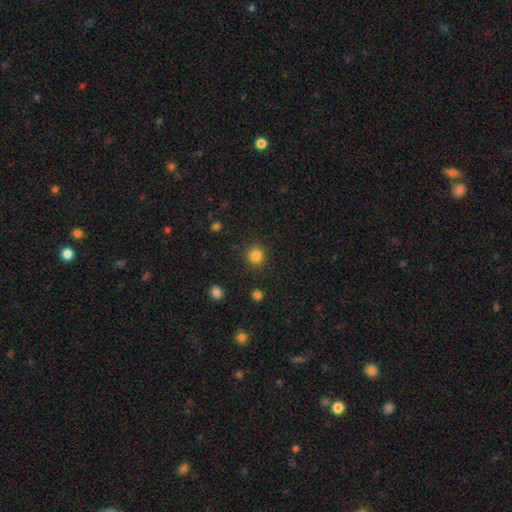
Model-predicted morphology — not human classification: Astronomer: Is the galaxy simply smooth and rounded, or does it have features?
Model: smooth — 84%.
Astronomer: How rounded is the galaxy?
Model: round — 93%.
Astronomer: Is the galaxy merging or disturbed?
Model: none — 90%.